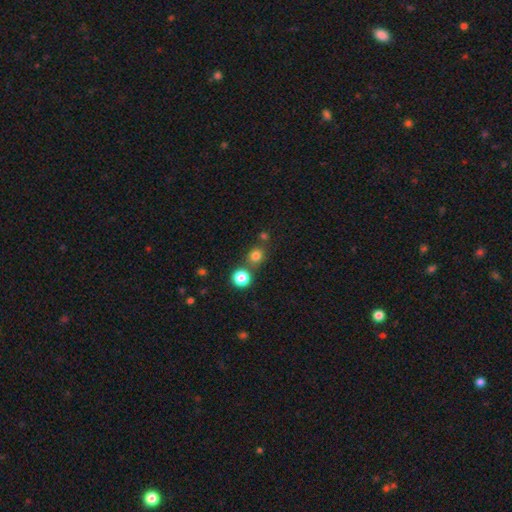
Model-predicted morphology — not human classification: Q: Smooth or featured?
A: smooth (78%); runner-up: star or artifact (16%)
Q: How rounded?
A: round (78%); runner-up: in between (21%)
Q: Merging?
A: none (69%); runner-up: merger (18%)